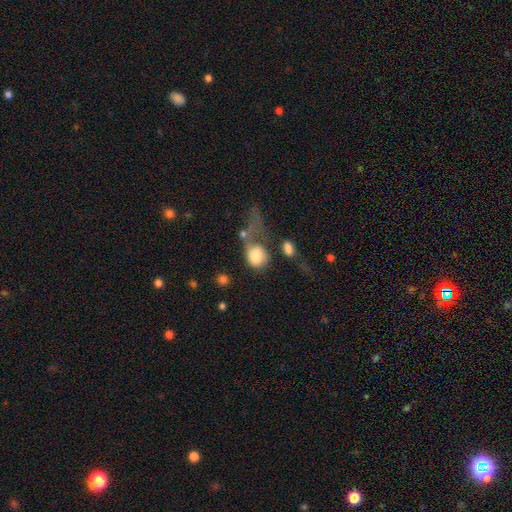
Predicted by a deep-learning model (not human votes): This is likely a smooth galaxy (75%). How rounded: possibly in between (51%). Merging: marginally major disturbance (43%).